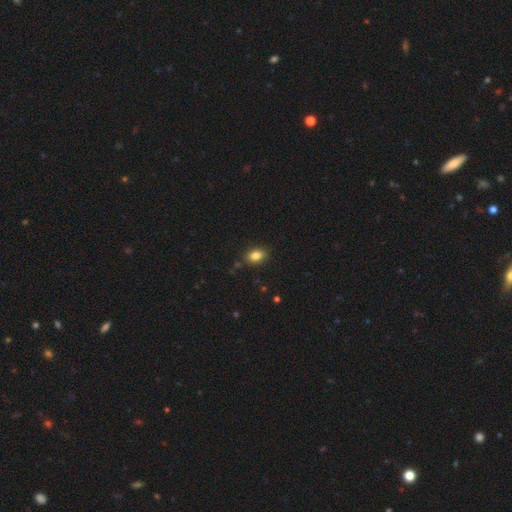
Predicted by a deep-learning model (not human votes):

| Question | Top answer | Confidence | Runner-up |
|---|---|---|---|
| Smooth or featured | smooth | 84% | star or artifact (10%) |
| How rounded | in between | 77% | round (22%) |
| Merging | none | 86% | minor disturbance (10%) |